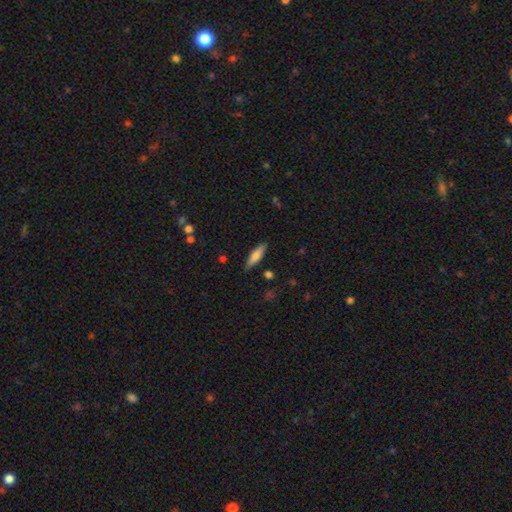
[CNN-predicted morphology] This is likely a smooth galaxy (72%). How rounded: possibly cigar-shaped (58%). Merging: clearly none (84%).